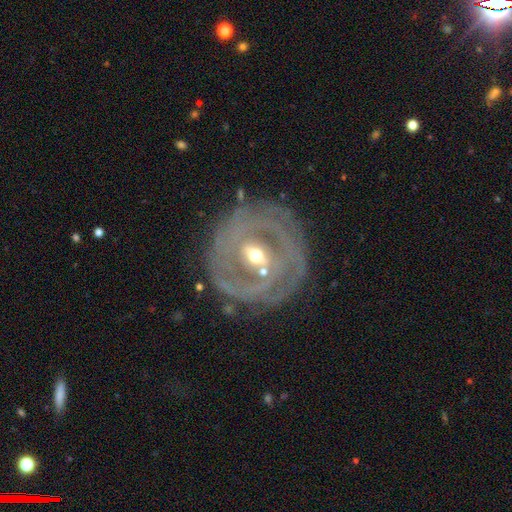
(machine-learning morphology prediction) type=featured or disk (81%); edge-on=no (94%); bar=weak (40%); spiral arms=yes (66%); winding=tight (69%); arm count=can't tell (41%); bulge=moderate (59%); merging=none (74%).